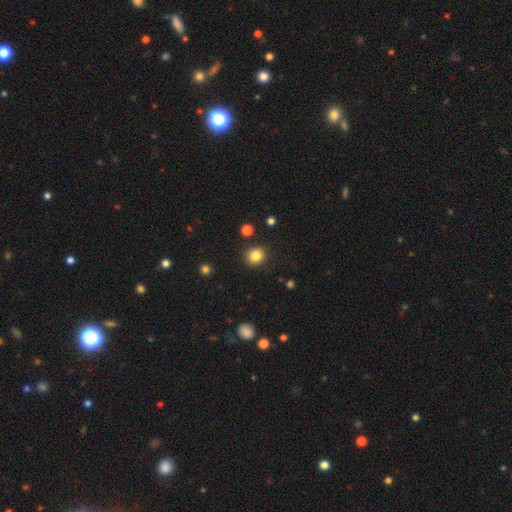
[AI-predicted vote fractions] Q: Smooth or featured?
A: smooth (84%); runner-up: star or artifact (11%)
Q: How rounded?
A: round (80%); runner-up: in between (19%)
Q: Merging?
A: none (88%); runner-up: minor disturbance (7%)